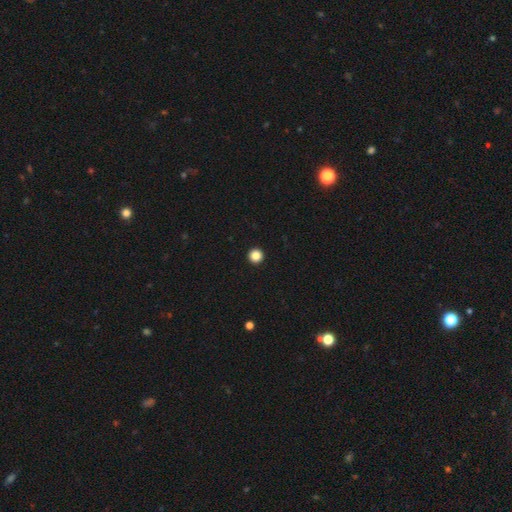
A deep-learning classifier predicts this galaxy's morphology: Smooth or featured? smooth (86%)
How rounded? round (97%)
Merging? none (95%)